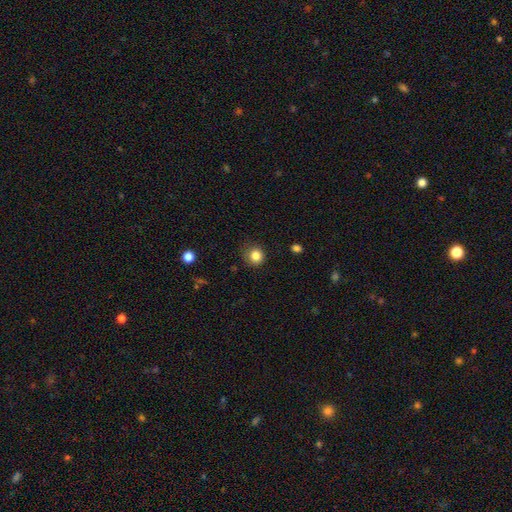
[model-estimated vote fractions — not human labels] A smooth galaxy with no disk features (84%) that is round (86%). Merging: none (77%).